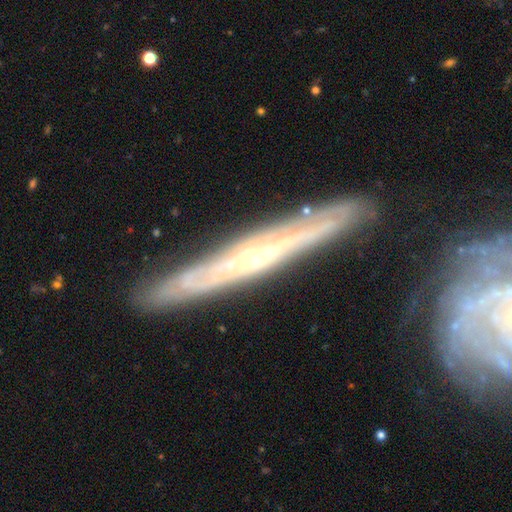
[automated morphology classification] Q: Smooth or featured?
A: featured or disk (81%); runner-up: smooth (13%)
Q: Edge-on disk?
A: yes (79%); runner-up: no (21%)
Q: Edge-on bulge?
A: rounded (55%); runner-up: none (41%)
Q: Merging?
A: none (84%); runner-up: minor disturbance (11%)